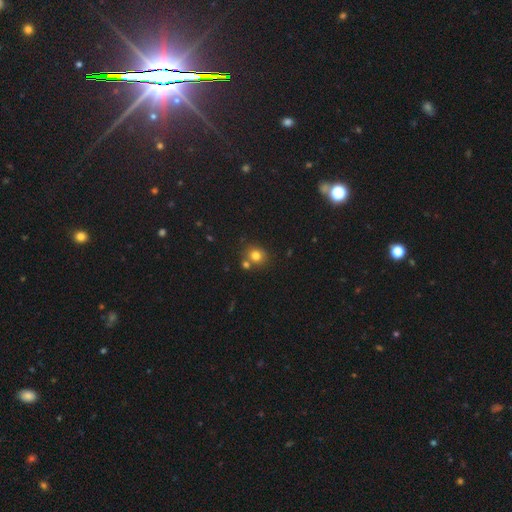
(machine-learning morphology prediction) smooth 79%, star or artifact 14%, featured or disk 8%. Down the decision tree: how rounded — round (78%); merging — none (66%).